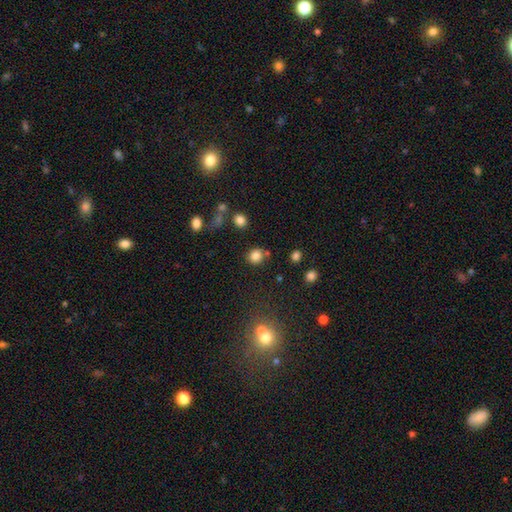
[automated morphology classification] smooth 82%, star or artifact 13%, featured or disk 6%. Down the decision tree: how rounded — round (86%); merging — none (77%).